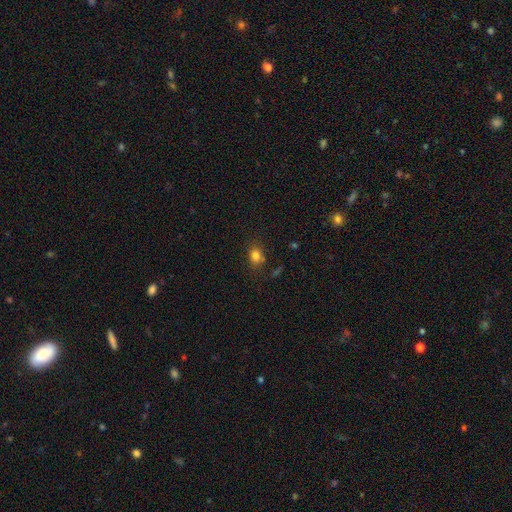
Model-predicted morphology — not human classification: This appears to be a smooth galaxy with no disk features (80%) that is in between round and cigar-shaped (52%). Merging: none (75%).